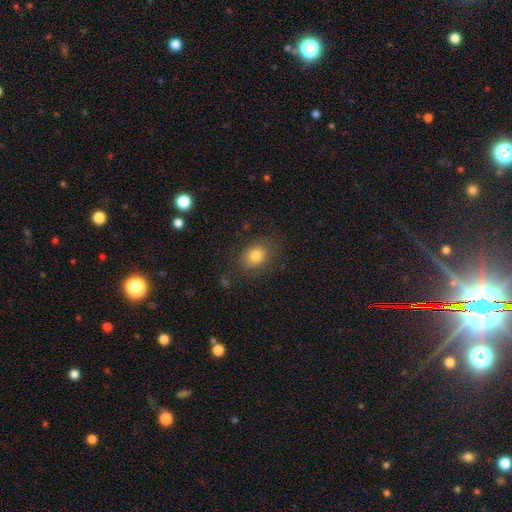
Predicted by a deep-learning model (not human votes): Smooth or featured: smooth — 79% (star or artifact — 11%)
How rounded: round — 54% (in between — 45%)
Merging: none — 79% (minor disturbance — 14%)